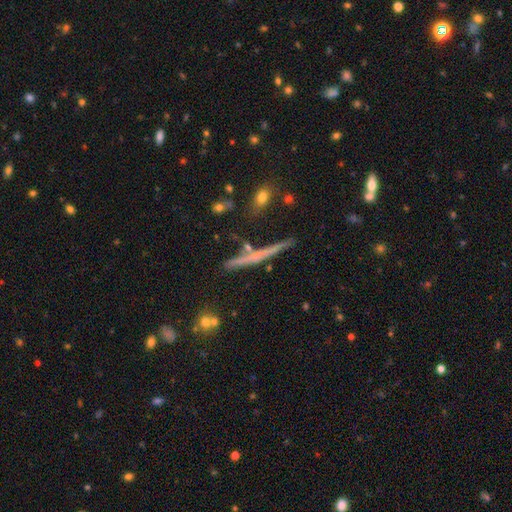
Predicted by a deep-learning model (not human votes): Overall: featured or disk (56%; smooth 35%). Edge-on disk: yes (97%). Edge-on bulge: none (80%). Merging: none (84%).